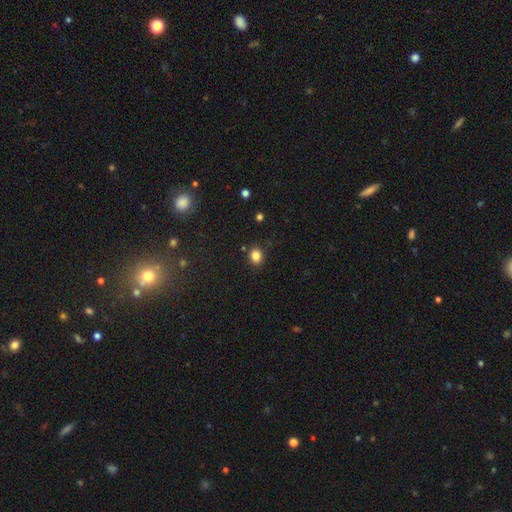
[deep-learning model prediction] A smooth galaxy with no disk features (84%) that is round (64%). Merging: none (85%).